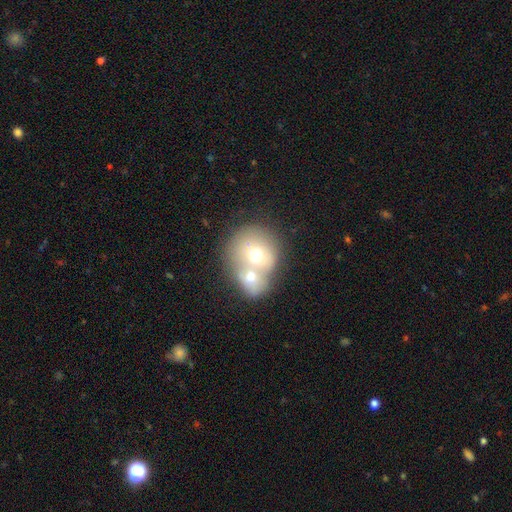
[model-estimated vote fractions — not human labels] Smooth or featured? Predicted: smooth (p=0.63). How rounded? Predicted: round (p=0.76). Merging? Predicted: merger (p=0.69).